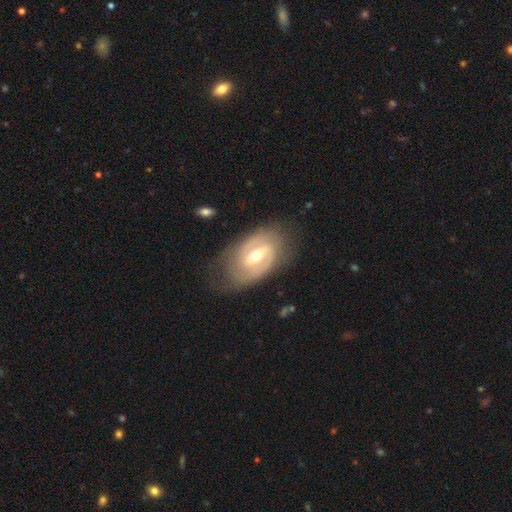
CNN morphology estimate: smooth_or_featured: featured or disk (p=0.81) [alt: smooth p=0.14]
disk_edge_on: no (p=0.95) [alt: yes p=0.05]
bar: weak (p=0.50) [alt: strong p=0.30]
has_spiral_arms: yes (p=0.86) [alt: no p=0.14]
spiral_winding: tight (p=0.44) [alt: medium p=0.39]
spiral_arm_count: 2 (p=0.76) [alt: can't tell p=0.14]
bulge_size: moderate (p=0.70) [alt: small p=0.23]
merging: none (p=0.70) [alt: minor disturbance p=0.20]